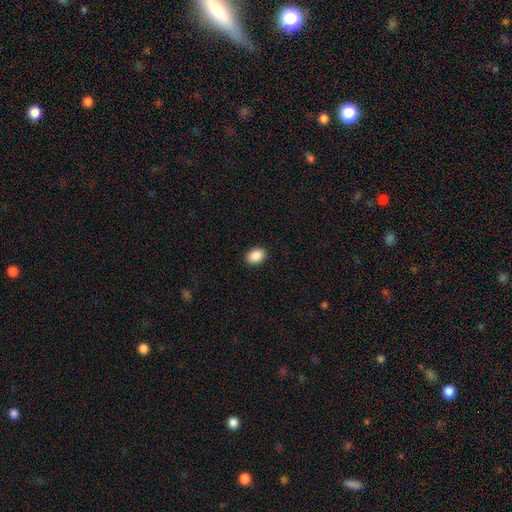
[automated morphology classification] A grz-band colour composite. It shows a smooth galaxy with no disk features (90%) that is in between round and cigar-shaped (76%). Merging: none (91%).